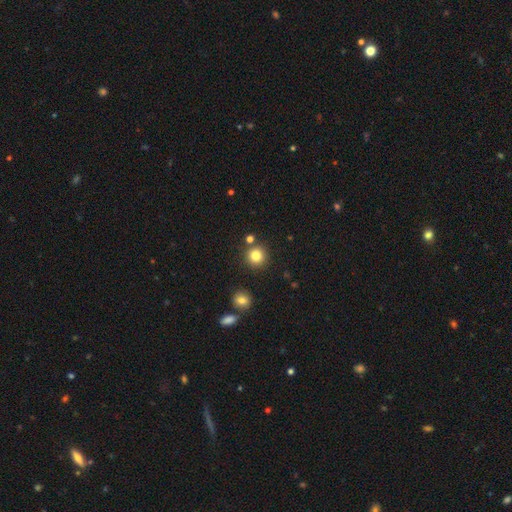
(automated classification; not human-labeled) Smooth or featured? smooth (82%)
How rounded? round (93%)
Merging? none (85%)